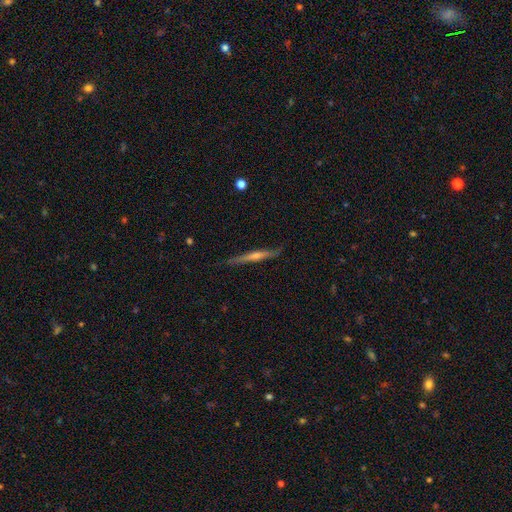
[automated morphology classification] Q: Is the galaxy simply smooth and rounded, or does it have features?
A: featured or disk — 74%.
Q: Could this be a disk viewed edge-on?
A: yes — 97%.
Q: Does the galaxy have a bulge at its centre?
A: rounded — 74%.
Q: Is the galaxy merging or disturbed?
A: none — 87%.